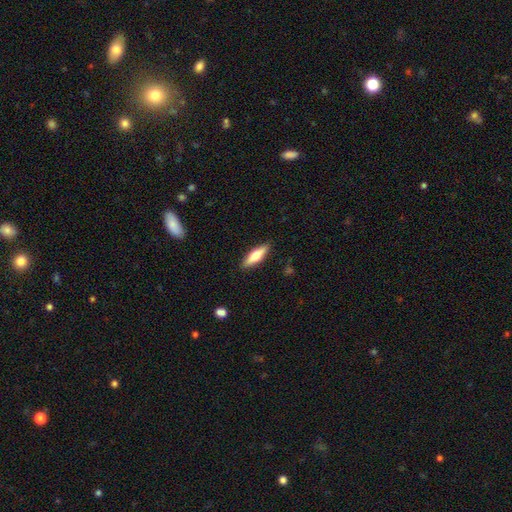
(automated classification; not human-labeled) This appears to be a smooth galaxy with no disk features (55%) that is cigar-shaped (54%). Merging: none (89%).